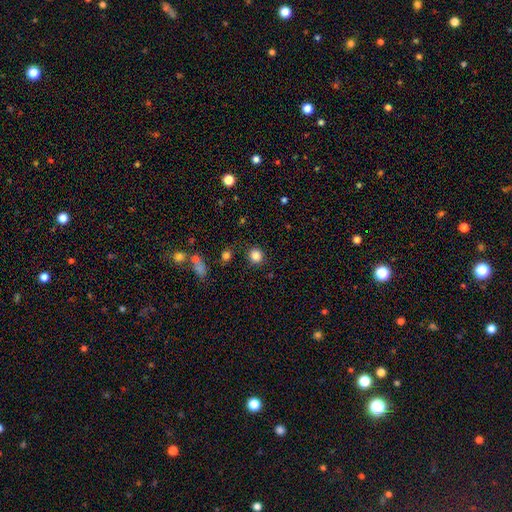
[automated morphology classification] Smooth or featured: smooth — 84% (star or artifact — 11%)
How rounded: round — 88% (in between — 11%)
Merging: none — 88% (minor disturbance — 7%)